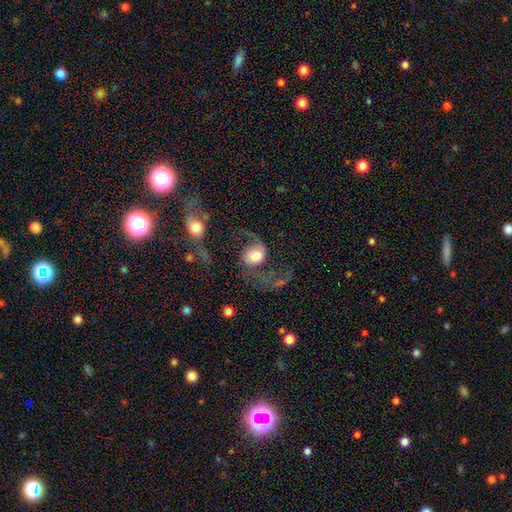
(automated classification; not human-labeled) A featured or disk galaxy (75%) with no bar (65%), 2 (88%) loose (78%) spiral arms (91%) and a large central bulge (40%).

Vote fractions:
- Smooth or featured? featured or disk: 75% / smooth: 19% / star or artifact: 7%
- Edge-on disk? no: 97% / yes: 3%
- Bar? no: 65% / weak: 27% / strong: 8%
- Spiral arms? yes: 91% / no: 9%
- Spiral winding? loose: 78% / medium: 19% / tight: 4%
- Spiral arm count? 2: 88% / 1: 6% / can't tell: 2% / 3: 1% / 4: 1% / more than 4: 1%
- Bulge size? large: 40% / moderate: 37% / dominant: 12% / small: 9% / none: 3%
- Merging? none: 43% / major disturbance: 31% / minor disturbance: 14% / merger: 12%